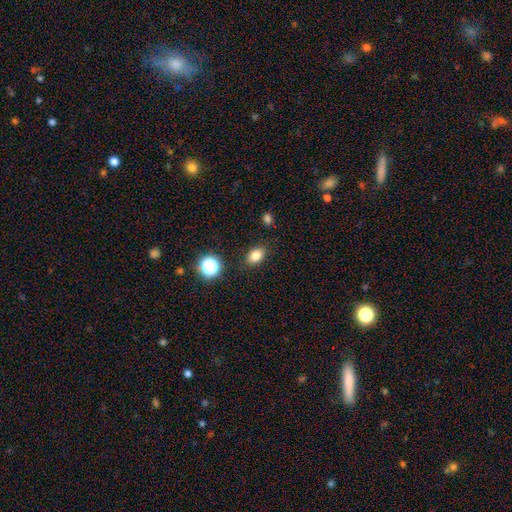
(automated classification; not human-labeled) Smooth or featured? Predicted: smooth (p=0.81). How rounded? Predicted: in between (p=0.76). Merging? Predicted: none (p=0.86).